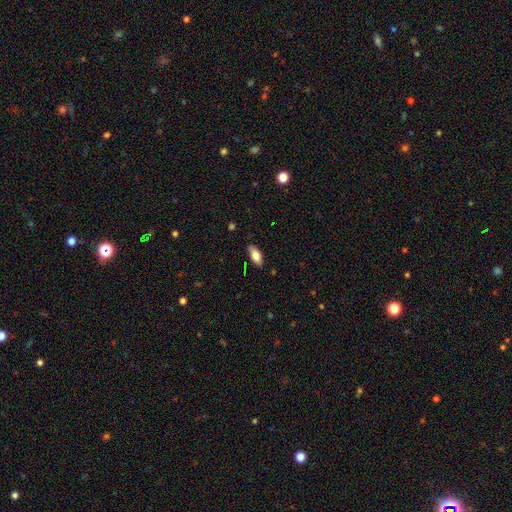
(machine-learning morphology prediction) smooth-or-featured: smooth: 76% | featured or disk: 17% | star or artifact: 7%
  how-rounded: in between: 86% | cigar-shaped: 12% | round: 2%
  merging: none: 83% | minor disturbance: 14% | major disturbance: 2% | merger: 1%